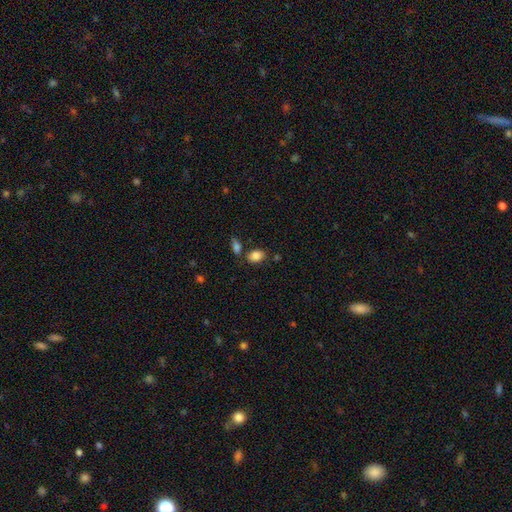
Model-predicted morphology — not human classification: A smooth galaxy with no disk features (86%) that is in between round and cigar-shaped (79%). Merging: none (71%).